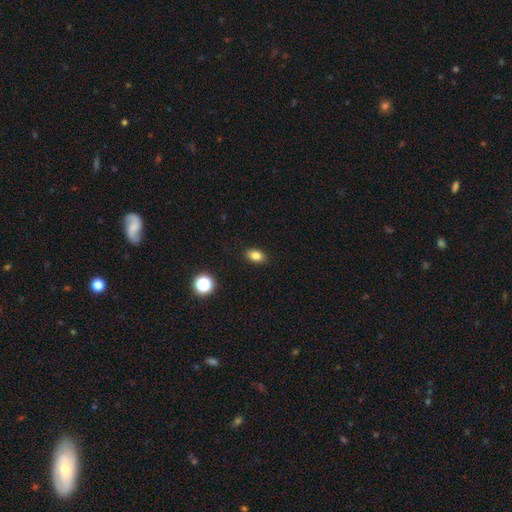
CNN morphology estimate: Smooth or featured? Predicted: smooth (p=0.82). How rounded? Predicted: in between (p=0.81). Merging? Predicted: none (p=0.88).